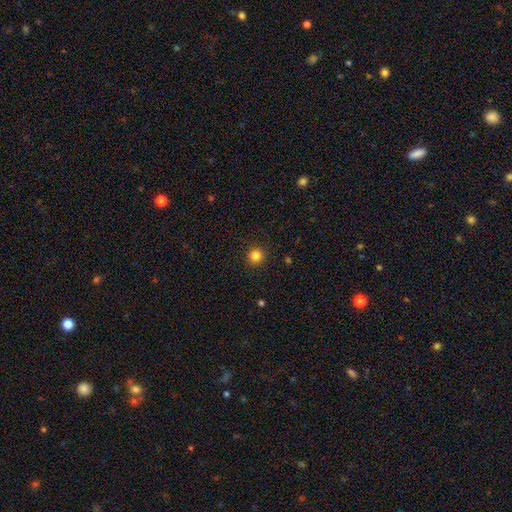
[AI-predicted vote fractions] This is clearly a smooth galaxy (83%). How rounded: clearly round (92%). Merging: clearly none (91%).